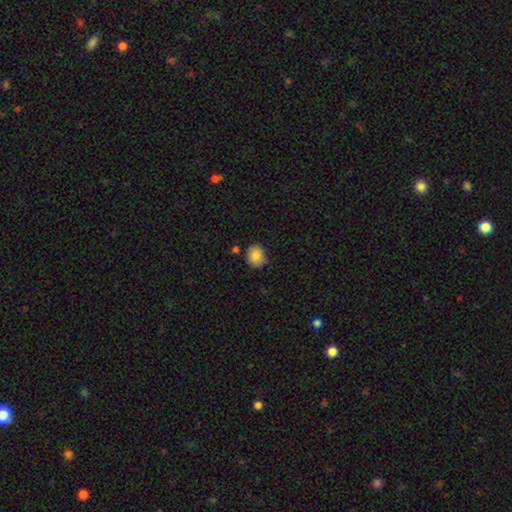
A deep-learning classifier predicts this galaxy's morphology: Smooth or featured?
  - smooth: 85% *
  - star or artifact: 8%
  - featured or disk: 7%
How rounded?
  - round: 68% *
  - in between: 31%
  - cigar-shaped: 1%
Merging?
  - none: 75% *
  - minor disturbance: 18%
  - merger: 4%
  - major disturbance: 3%